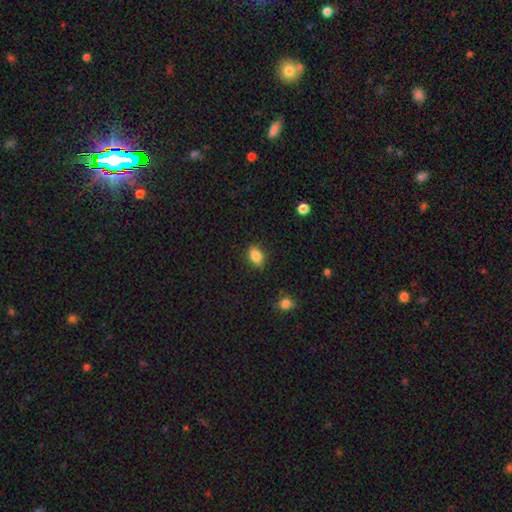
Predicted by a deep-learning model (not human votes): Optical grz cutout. It shows a smooth galaxy with no disk features (85%) that is in between round and cigar-shaped (83%). Merging: none (87%).